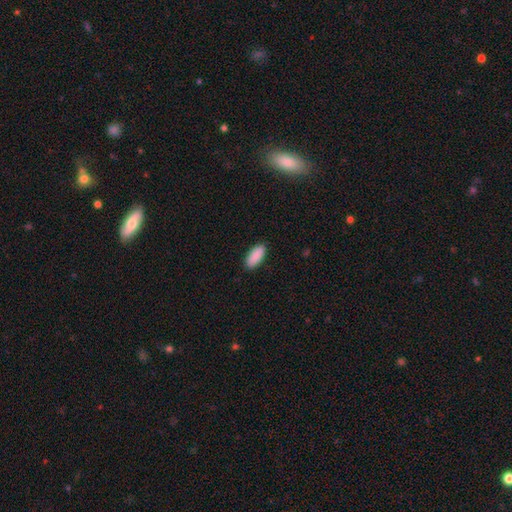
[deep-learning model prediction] A smooth galaxy with no disk features (91%) that is in between round and cigar-shaped (86%).

Vote fractions:
- Smooth or featured? smooth: 91% / star or artifact: 6% / featured or disk: 3%
- How rounded? in between: 86% / cigar-shaped: 12% / round: 2%
- Merging? none: 89% / minor disturbance: 8% / major disturbance: 2% / merger: 1%